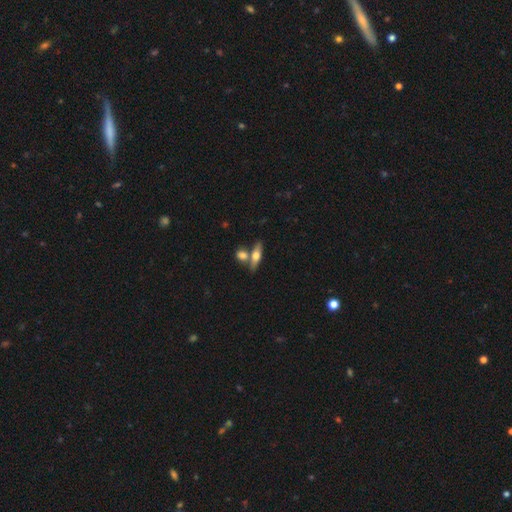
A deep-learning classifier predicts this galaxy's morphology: The model was most divided on "smooth or featured": smooth: 49%, featured or disk: 43%, star or artifact: 7%. More confident: merging — none (60%).